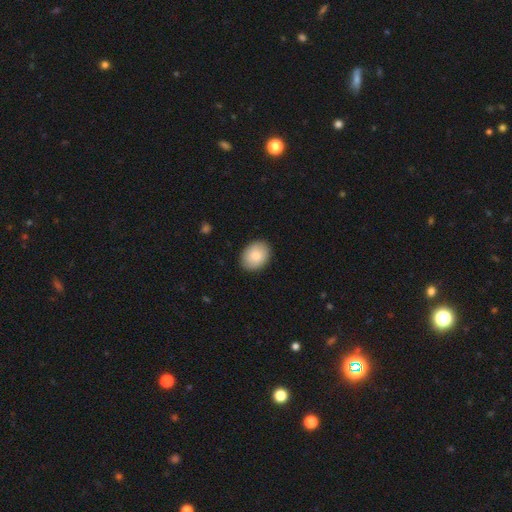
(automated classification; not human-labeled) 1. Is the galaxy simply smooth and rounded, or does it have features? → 84% smooth, 10% featured or disk, 6% star or artifact.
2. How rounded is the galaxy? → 63% in between, 36% round, 1% cigar-shaped.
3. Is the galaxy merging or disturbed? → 89% none, 8% minor disturbance, 2% major disturbance, 1% merger.